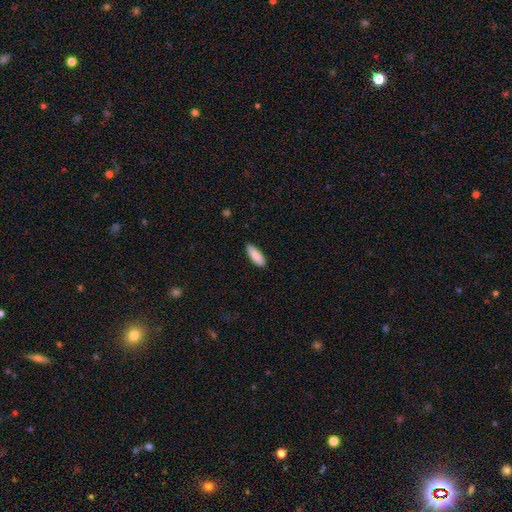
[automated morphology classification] Smooth or featured? Predicted: smooth (p=0.89). How rounded? Predicted: in between (p=0.63). Merging? Predicted: none (p=0.87).